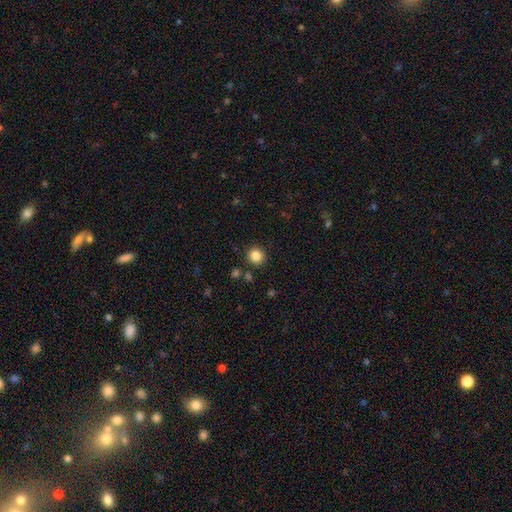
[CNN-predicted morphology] A smooth galaxy with no disk features (85%) that is round (91%). Merging: none (89%).